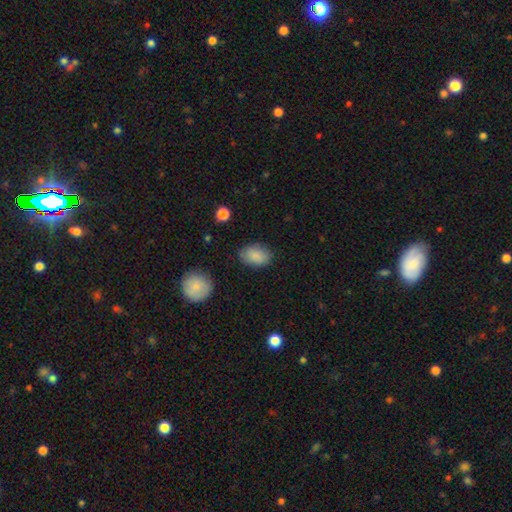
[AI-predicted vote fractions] A smooth galaxy with no disk features (87%) that is in between round and cigar-shaped (89%).

Vote fractions:
- Smooth or featured? smooth: 87% / star or artifact: 7% / featured or disk: 6%
- How rounded? in between: 89% / round: 10% / cigar-shaped: 1%
- Merging? none: 81% / minor disturbance: 14% / major disturbance: 3% / merger: 2%